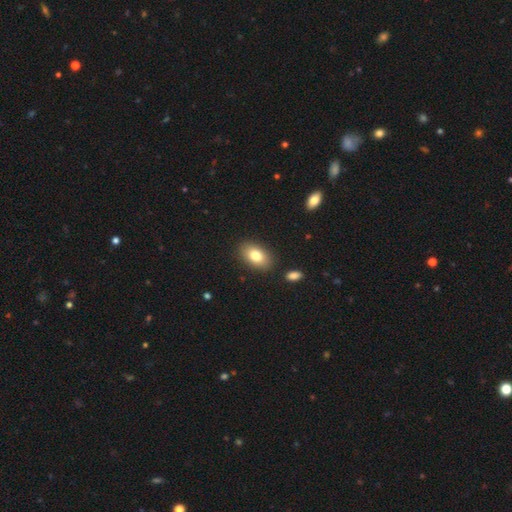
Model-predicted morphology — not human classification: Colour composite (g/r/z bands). It shows a smooth galaxy with no disk features (79%) that is in between round and cigar-shaped (90%). Merging: none (87%).